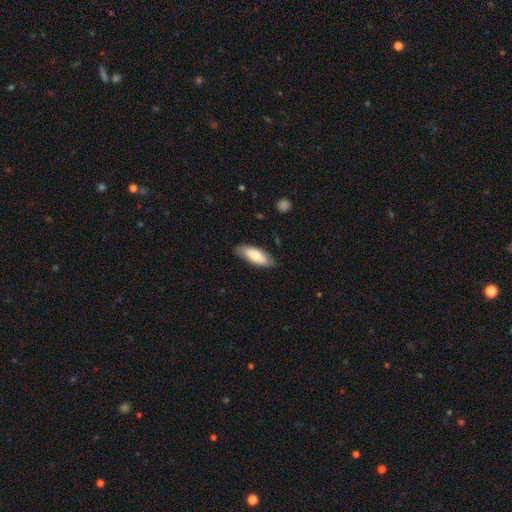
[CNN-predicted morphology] type=smooth (78%); roundness=in between (75%); merging=none (81%).